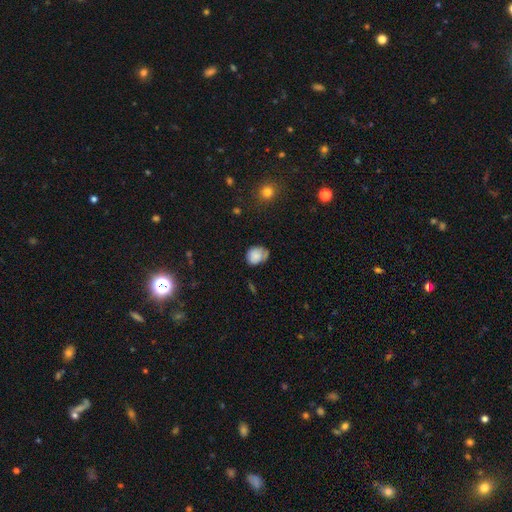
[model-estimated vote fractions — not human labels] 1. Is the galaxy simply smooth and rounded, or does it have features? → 78% smooth, 13% featured or disk, 9% star or artifact.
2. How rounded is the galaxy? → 59% round, 40% in between, 1% cigar-shaped.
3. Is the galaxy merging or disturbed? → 50% none, 34% minor disturbance, 10% major disturbance, 6% merger.